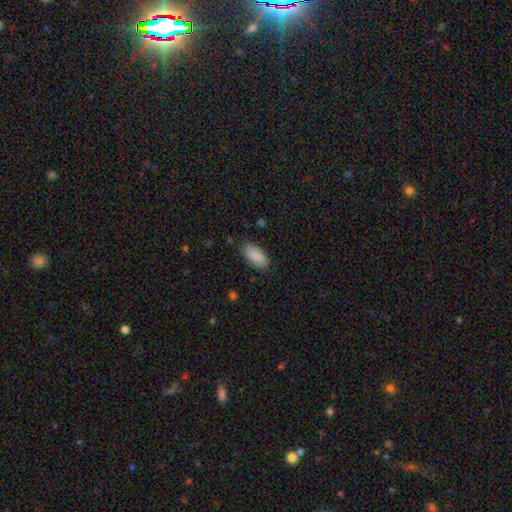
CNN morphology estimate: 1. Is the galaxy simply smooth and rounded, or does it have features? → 90% smooth, 6% star or artifact, 4% featured or disk.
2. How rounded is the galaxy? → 90% in between, 8% cigar-shaped, 2% round.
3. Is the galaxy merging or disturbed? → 85% none, 12% minor disturbance, 3% major disturbance, 1% merger.